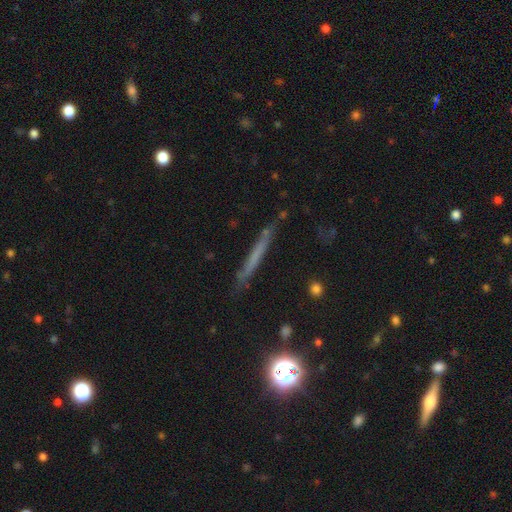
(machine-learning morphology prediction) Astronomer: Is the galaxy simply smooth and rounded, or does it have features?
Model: smooth — 50% (runner-up: featured or disk, 39%).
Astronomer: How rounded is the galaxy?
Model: cigar-shaped — 94%.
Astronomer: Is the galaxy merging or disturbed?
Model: none — 79%.